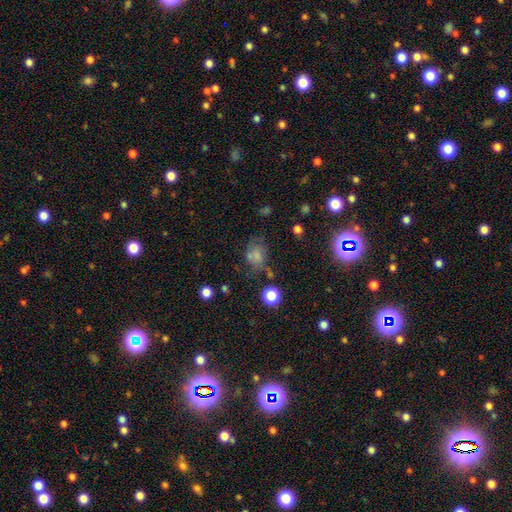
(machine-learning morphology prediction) type=smooth (65%); roundness=in between (57%); merging=none (44%).